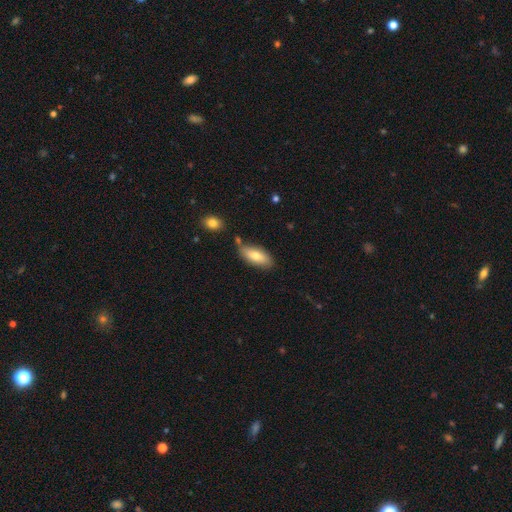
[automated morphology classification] Smooth or featured? smooth (75%)
How rounded? in between (83%)
Merging? none (68%)